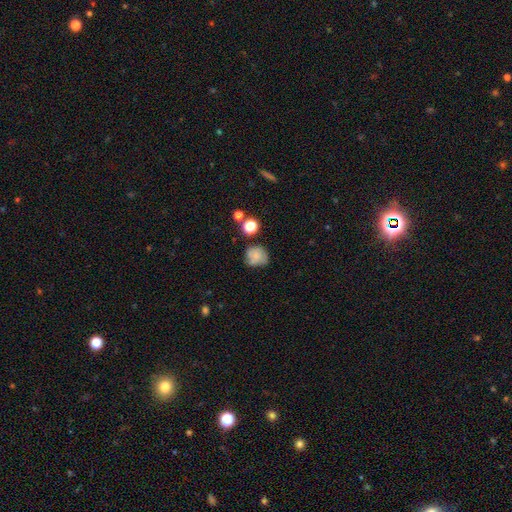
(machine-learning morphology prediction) smooth 67%, featured or disk 20%, star or artifact 13%. Down the decision tree: how rounded — round (74%); merging — none (57%).